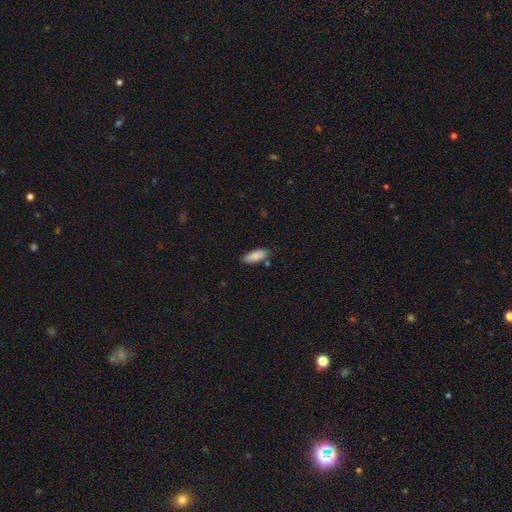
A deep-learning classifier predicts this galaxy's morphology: A smooth galaxy with no disk features (87%) that is in between round and cigar-shaped (77%). Merging: none (80%).